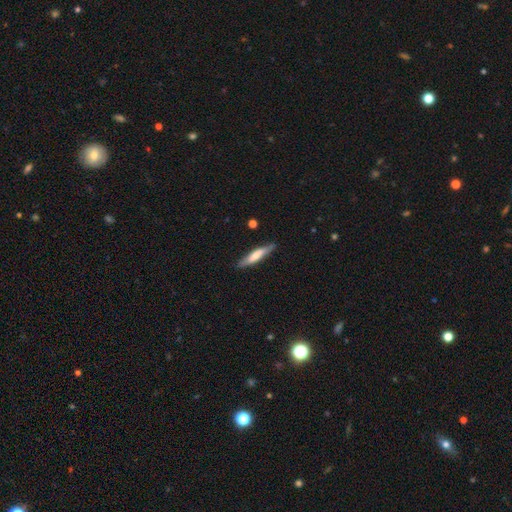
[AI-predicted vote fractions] smooth 56%, featured or disk 38%, star or artifact 6%. Down the decision tree: how rounded — cigar-shaped (86%); merging — none (85%).